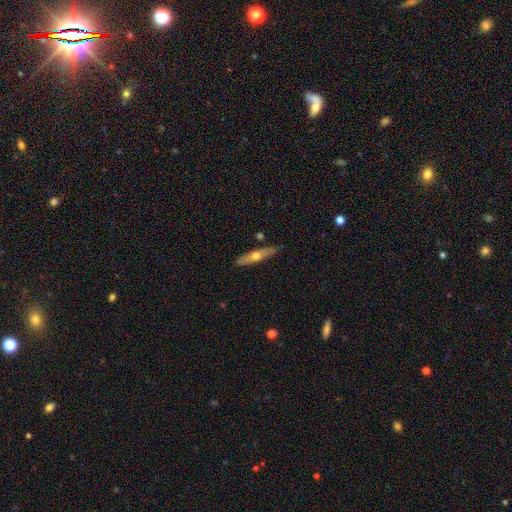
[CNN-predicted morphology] This is possibly a featured or disk galaxy (54%). It is clearly viewed edge-on (86%). Merging: clearly none (86%).